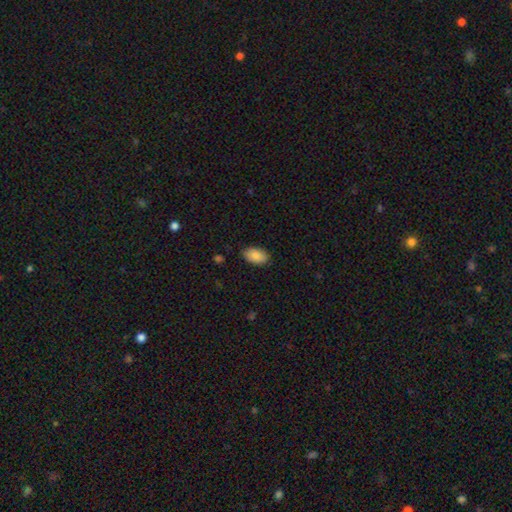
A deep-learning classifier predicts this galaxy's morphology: type=smooth (87%); roundness=in between (93%); merging=none (82%).